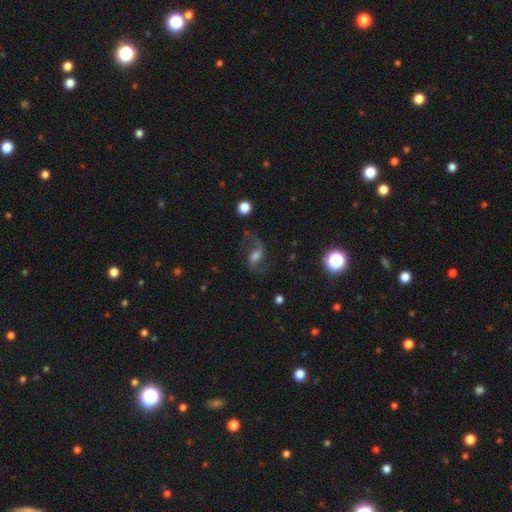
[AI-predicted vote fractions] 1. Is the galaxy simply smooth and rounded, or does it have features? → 79% featured or disk, 12% smooth, 9% star or artifact.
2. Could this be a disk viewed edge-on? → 97% no, 3% yes.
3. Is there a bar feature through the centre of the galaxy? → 51% weak, 30% no, 19% strong.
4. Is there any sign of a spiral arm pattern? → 95% yes, 5% no.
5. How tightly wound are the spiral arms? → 71% loose, 25% medium, 4% tight.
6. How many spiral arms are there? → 92% 2, 3% 1, 2% can't tell, 1% 3, 1% 4, 1% more than 4.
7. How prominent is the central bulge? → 45% moderate, 22% large, 19% small, 11% none, 3% dominant.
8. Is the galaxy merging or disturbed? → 71% none, 15% minor disturbance, 12% major disturbance, 2% merger.